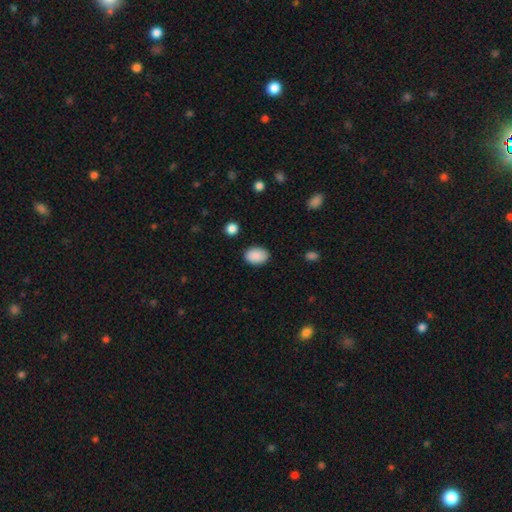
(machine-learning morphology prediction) smooth 90%, star or artifact 7%, featured or disk 3%. Down the decision tree: how rounded — in between (83%); merging — none (87%).